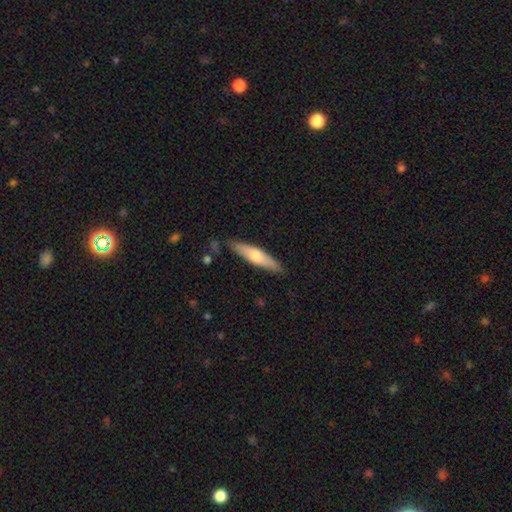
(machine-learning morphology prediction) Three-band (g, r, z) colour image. It shows a smooth galaxy with no disk features (53%) that is cigar-shaped (79%). Merging: none (85%).